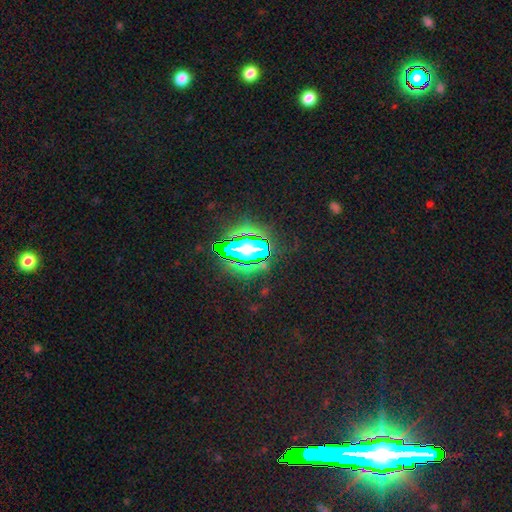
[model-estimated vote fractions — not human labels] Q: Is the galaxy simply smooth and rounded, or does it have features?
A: star or artifact — 80%.